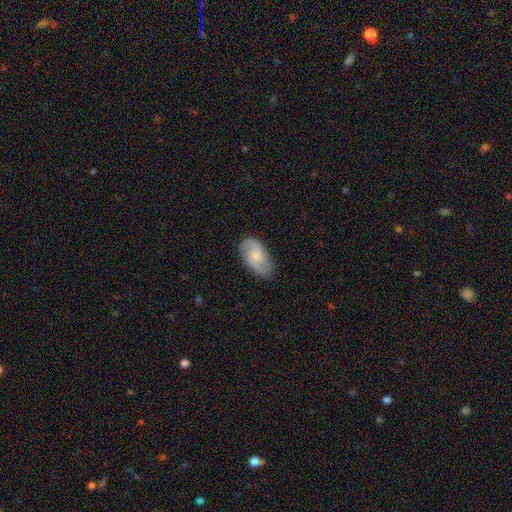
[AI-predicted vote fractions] A featured or disk galaxy (58%) with no bar (65%), 2 (81%) medium (48%) spiral arms (92%) and a small central bulge (48%).

Vote fractions:
- Smooth or featured? featured or disk: 58% / smooth: 35% / star or artifact: 7%
- Edge-on disk? no: 95% / yes: 5%
- Bar? no: 65% / weak: 31% / strong: 4%
- Spiral arms? yes: 92% / no: 8%
- Spiral winding? medium: 48% / loose: 27% / tight: 26%
- Spiral arm count? 2: 81% / can't tell: 11% / 3: 3% / 1: 3% / 4: 1% / more than 4: 1%
- Bulge size? small: 48% / moderate: 33% / none: 13% / large: 4% / dominant: 1%
- Merging? none: 79% / minor disturbance: 16% / major disturbance: 4% / merger: 1%